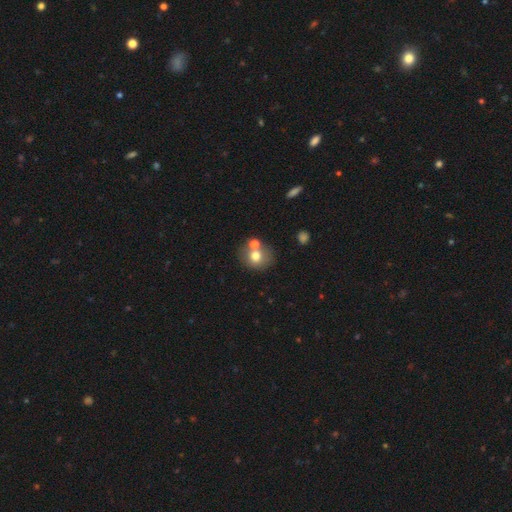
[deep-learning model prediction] Smooth or featured? smooth (71%)
How rounded? round (80%)
Merging? none (58%)